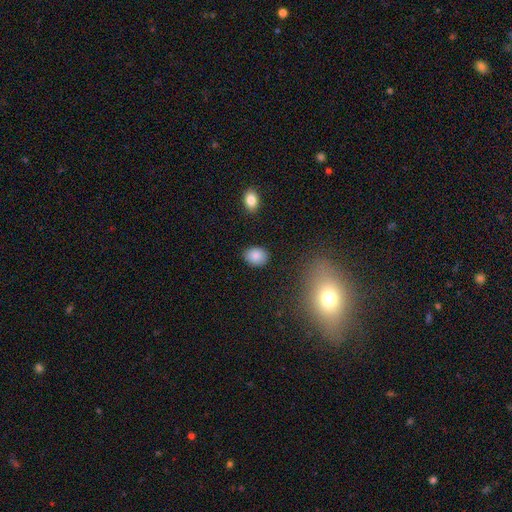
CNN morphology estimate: Smooth or featured?
  - smooth: 87% *
  - star or artifact: 9%
  - featured or disk: 5%
How rounded?
  - in between: 58% *
  - round: 41%
  - cigar-shaped: 1%
Merging?
  - none: 86% *
  - minor disturbance: 10%
  - major disturbance: 3%
  - merger: 2%